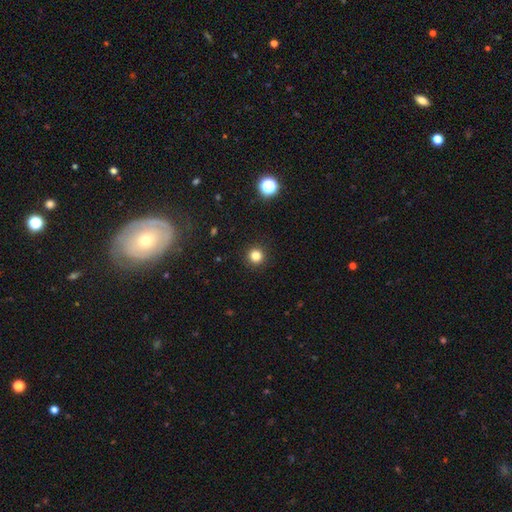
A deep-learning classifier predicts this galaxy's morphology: Overall: smooth (83%). How rounded: round (94%). Merging: none (92%).